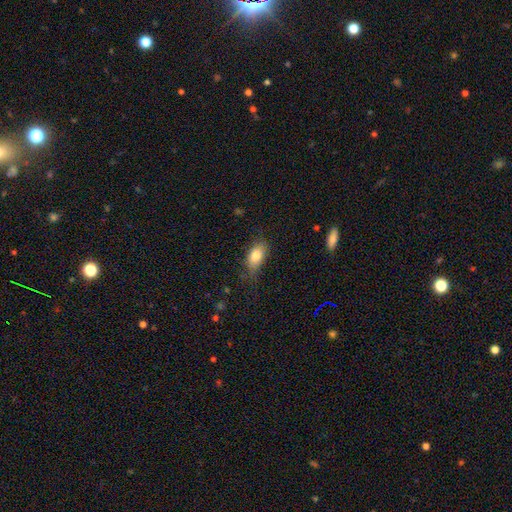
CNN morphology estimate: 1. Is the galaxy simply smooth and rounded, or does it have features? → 81% smooth, 11% featured or disk, 8% star or artifact.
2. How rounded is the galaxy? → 87% in between, 7% round, 6% cigar-shaped.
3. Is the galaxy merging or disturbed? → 67% none, 24% minor disturbance, 7% major disturbance, 2% merger.